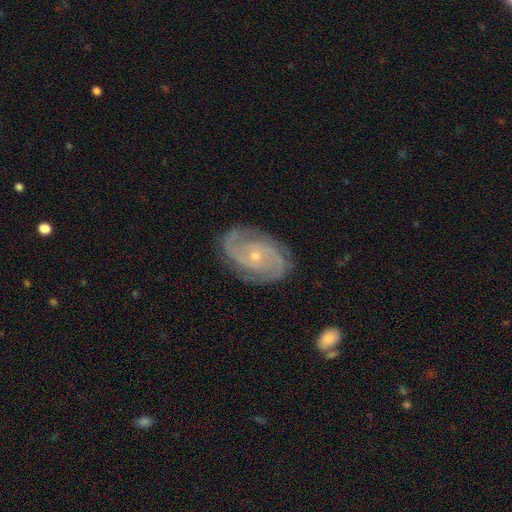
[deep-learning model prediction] Morphology: type=featured or disk (90%); edge-on=no (97%); bar=no (71%); spiral arms=yes (98%); winding=tight (59%); arm count=2 (57%); bulge=small (75%); merging=none (81%).